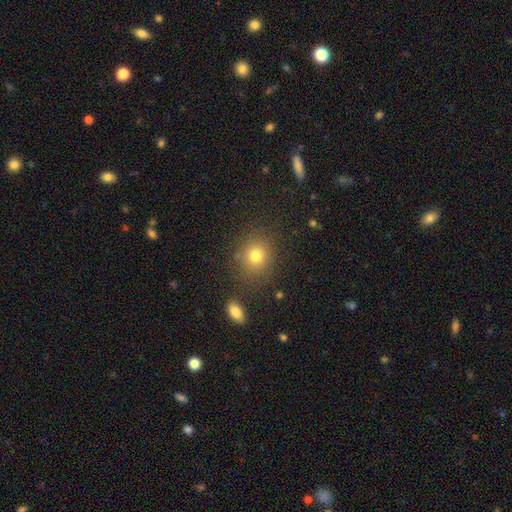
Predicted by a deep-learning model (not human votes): A smooth galaxy with no disk features (78%) that is round (75%).

Vote fractions:
- Smooth or featured? smooth: 78% / star or artifact: 14% / featured or disk: 8%
- How rounded? round: 75% / in between: 24% / cigar-shaped: 1%
- Merging? none: 80% / minor disturbance: 11% / merger: 4% / major disturbance: 4%